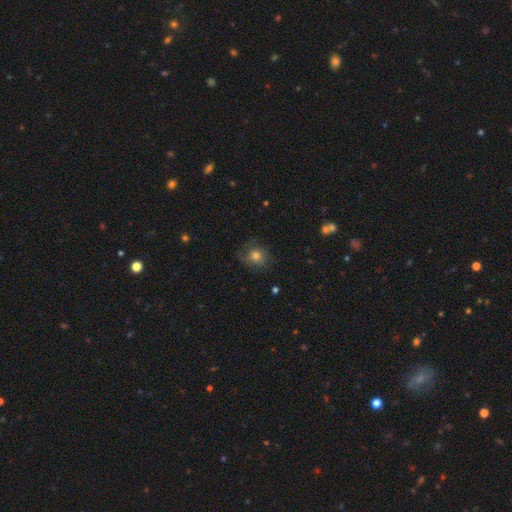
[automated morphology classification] Smooth or featured: smooth — 66% (featured or disk — 21%)
How rounded: round — 76% (in between — 23%)
Merging: none — 67% (minor disturbance — 22%)